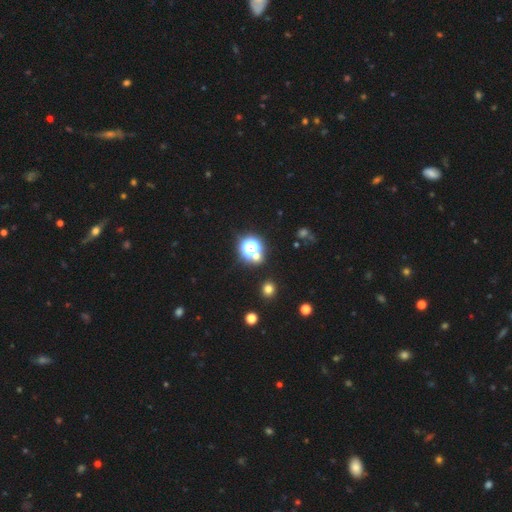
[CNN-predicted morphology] type=star or artifact (55%).